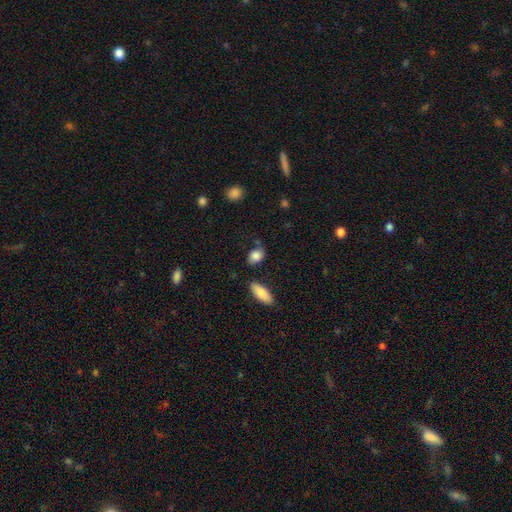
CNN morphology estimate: Q: Smooth or featured?
A: smooth (83%); runner-up: featured or disk (9%)
Q: How rounded?
A: in between (74%); runner-up: round (24%)
Q: Merging?
A: none (67%); runner-up: minor disturbance (21%)